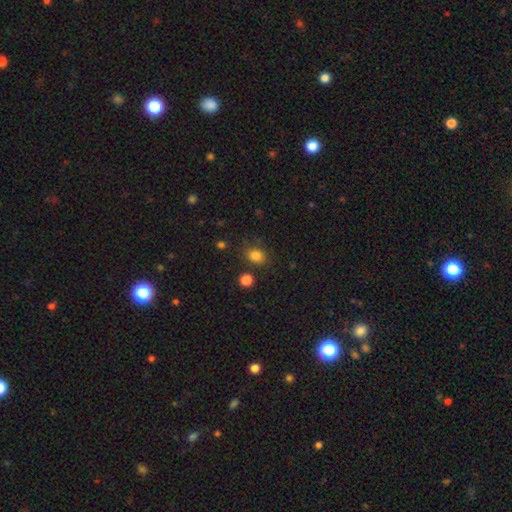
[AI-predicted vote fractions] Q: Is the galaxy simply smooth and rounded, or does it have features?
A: smooth — 82%.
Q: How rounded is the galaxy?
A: round — 61%.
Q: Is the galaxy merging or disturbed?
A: none — 76%.